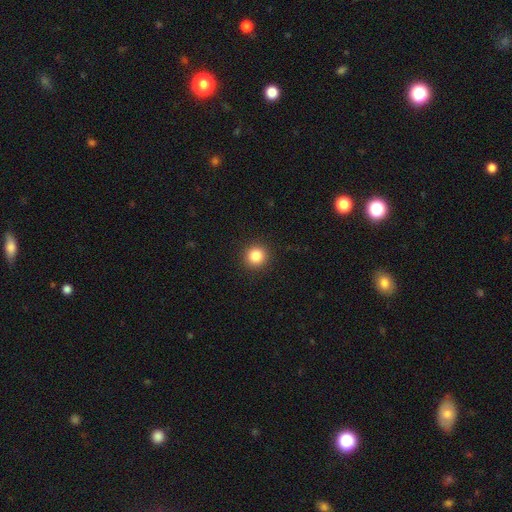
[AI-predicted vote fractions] smooth-or-featured: smooth: 84% | star or artifact: 11% | featured or disk: 5%
  how-rounded: round: 94% | in between: 5% | cigar-shaped: 1%
  merging: none: 93% | minor disturbance: 5% | major disturbance: 2% | merger: 1%